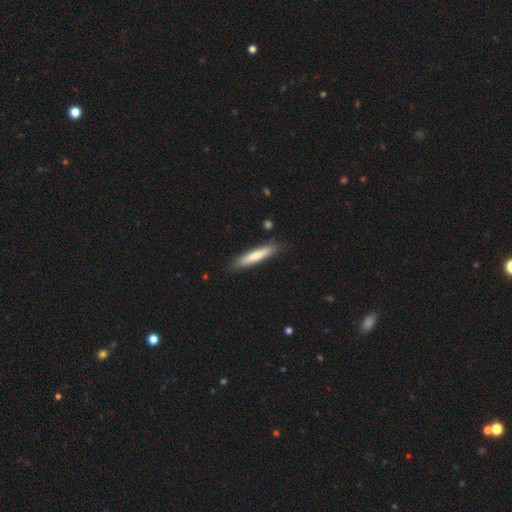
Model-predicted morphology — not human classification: type=smooth (73%); roundness=cigar-shaped (88%); merging=none (87%).